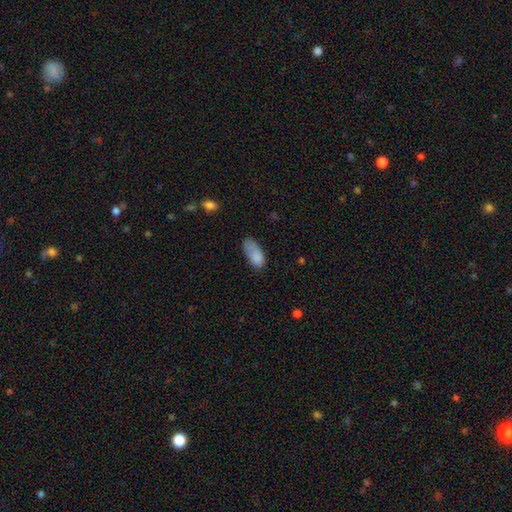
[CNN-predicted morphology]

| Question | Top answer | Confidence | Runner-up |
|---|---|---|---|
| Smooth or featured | smooth | 82% | featured or disk (10%) |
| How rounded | in between | 88% | cigar-shaped (9%) |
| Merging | none | 45% | minor disturbance (35%) |